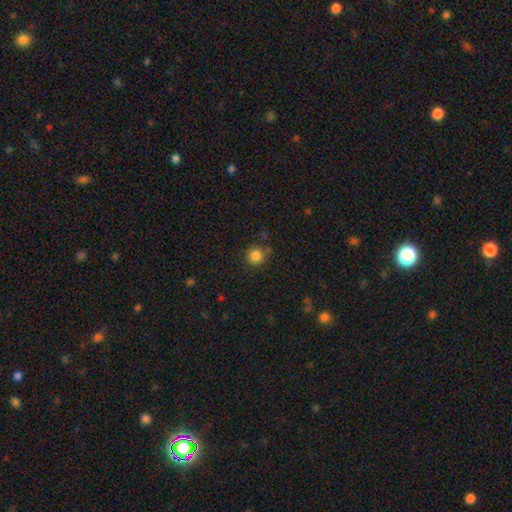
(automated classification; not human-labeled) Q: Smooth or featured?
A: smooth (84%); runner-up: star or artifact (12%)
Q: How rounded?
A: round (89%); runner-up: in between (10%)
Q: Merging?
A: none (77%); runner-up: minor disturbance (14%)